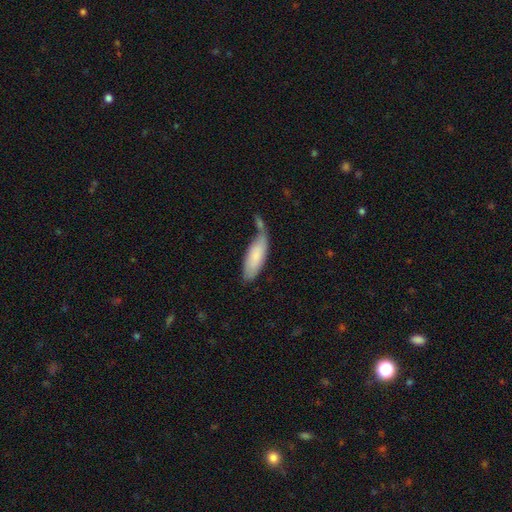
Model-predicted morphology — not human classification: This is clearly a smooth galaxy (81%). How rounded: likely in between (69%). Merging: marginally none (43%).